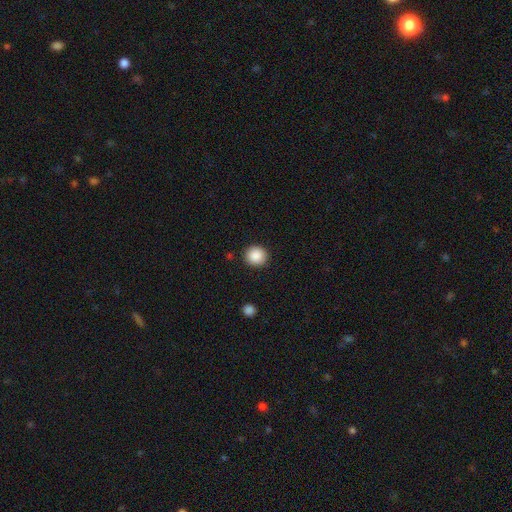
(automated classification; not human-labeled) Smooth or featured? Predicted: smooth (p=0.88). How rounded? Predicted: round (p=0.90). Merging? Predicted: none (p=0.90).